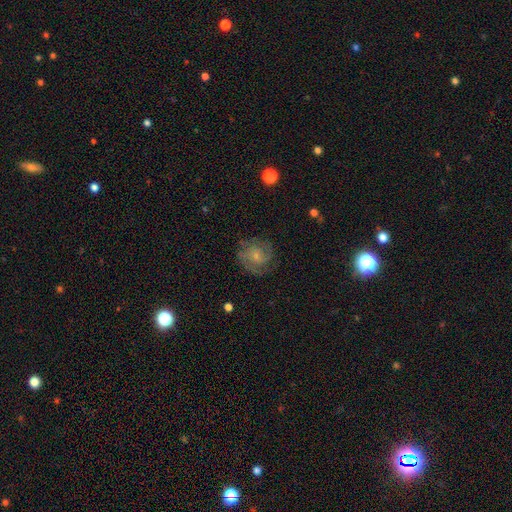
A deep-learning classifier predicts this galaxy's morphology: A featured or disk galaxy (66%) with no bar (72%), 2 (37%) tight (48%) spiral arms (88%) and a small central bulge (70%).

Vote fractions:
- Smooth or featured? featured or disk: 66% / smooth: 26% / star or artifact: 8%
- Edge-on disk? no: 98% / yes: 2%
- Bar? no: 72% / weak: 24% / strong: 4%
- Spiral arms? yes: 88% / no: 12%
- Spiral winding? tight: 48% / medium: 39% / loose: 13%
- Spiral arm count? 2: 37% / can't tell: 29% / 3: 18% / 1: 7% / 4: 5% / more than 4: 4%
- Bulge size? small: 70% / moderate: 20% / none: 7% / large: 2% / dominant: 1%
- Merging? none: 71% / minor disturbance: 17% / major disturbance: 10% / merger: 1%